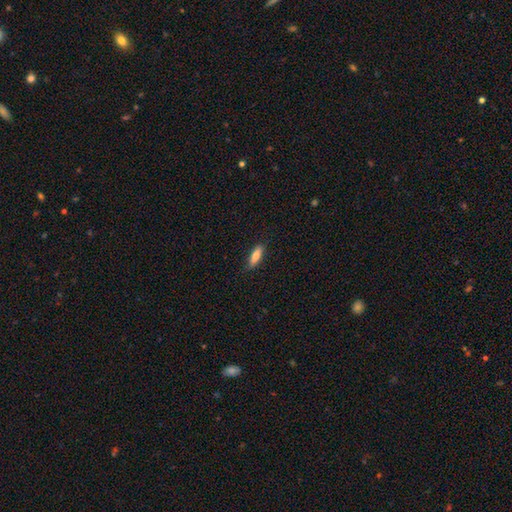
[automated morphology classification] Smooth or featured? Predicted: smooth (p=0.80). How rounded? Predicted: cigar-shaped (p=0.49, tied with in between). Merging? Predicted: none (p=0.81).